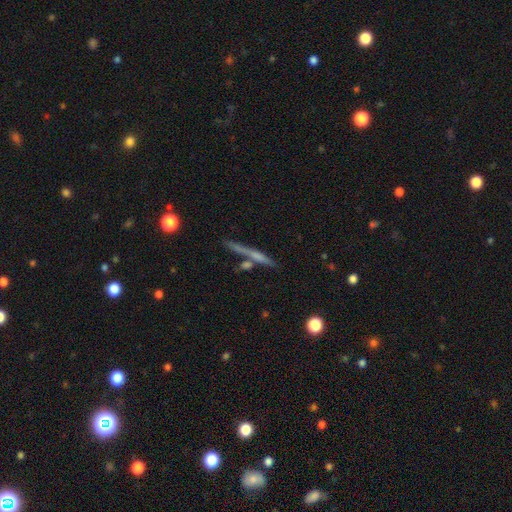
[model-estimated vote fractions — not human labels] Q: Smooth or featured?
A: featured or disk (53%); runner-up: smooth (40%)
Q: Edge-on disk?
A: yes (95%); runner-up: no (5%)
Q: Edge-on bulge?
A: none (66%); runner-up: rounded (27%)
Q: Merging?
A: none (77%); runner-up: merger (11%)